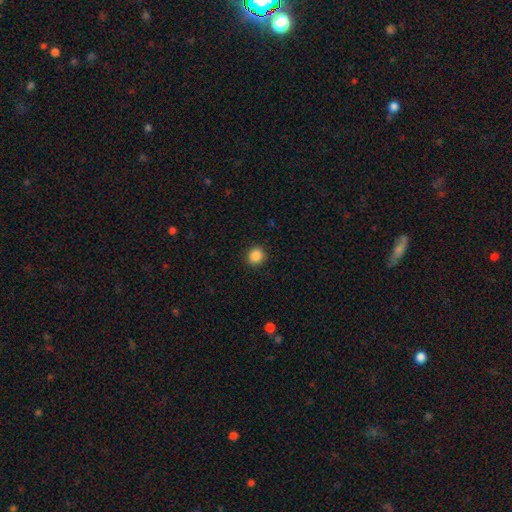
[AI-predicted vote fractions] Smooth or featured: smooth — 87% (star or artifact — 10%)
How rounded: round — 89% (in between — 10%)
Merging: none — 91% (minor disturbance — 6%)